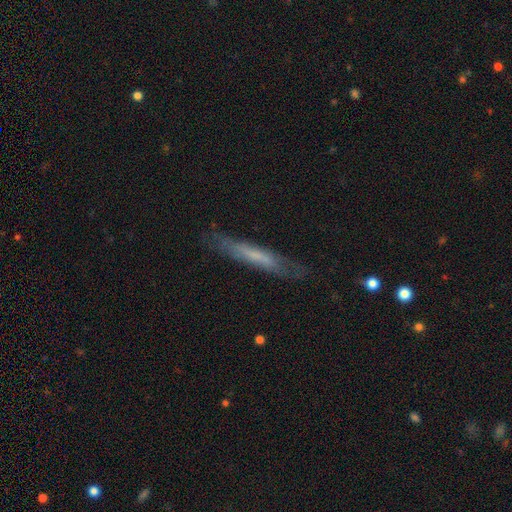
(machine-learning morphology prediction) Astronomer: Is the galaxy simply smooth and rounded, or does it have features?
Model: smooth — 51% (runner-up: featured or disk, 41%).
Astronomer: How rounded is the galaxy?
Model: cigar-shaped — 92%.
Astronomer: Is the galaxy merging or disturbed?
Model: none — 78%.